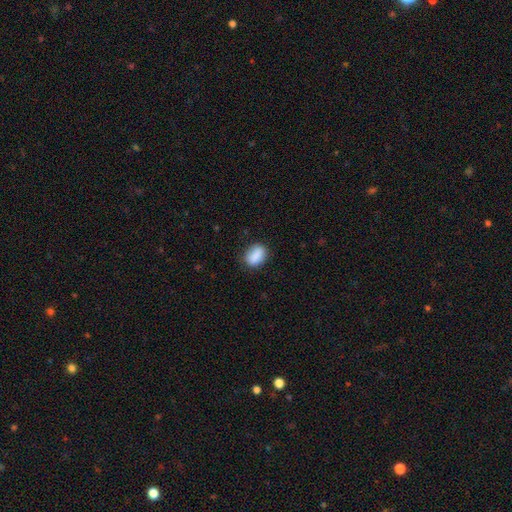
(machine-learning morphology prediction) smooth_or_featured: smooth (p=0.87) [alt: star or artifact p=0.08]
how_rounded: in between (p=0.78) [alt: round p=0.20]
merging: none (p=0.80) [alt: minor disturbance p=0.15]